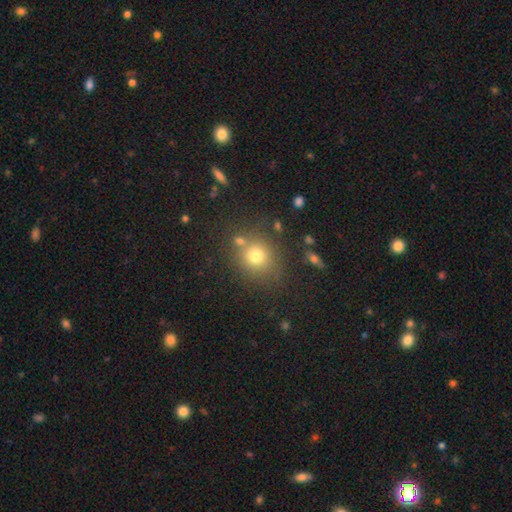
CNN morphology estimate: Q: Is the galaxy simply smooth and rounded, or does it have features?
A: smooth — 75%.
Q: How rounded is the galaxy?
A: round — 82%.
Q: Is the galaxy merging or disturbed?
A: none — 75%.